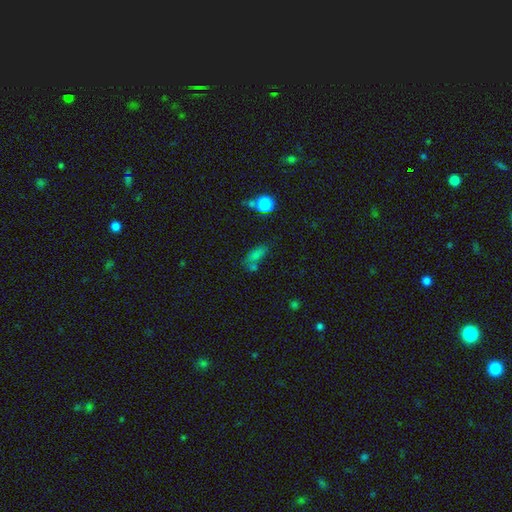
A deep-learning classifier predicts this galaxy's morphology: Smooth or featured?
  - smooth: 69% *
  - star or artifact: 18%
  - featured or disk: 12%
How rounded?
  - in between: 71% *
  - cigar-shaped: 19%
  - round: 10%
Merging?
  - none: 47% *
  - merger: 26%
  - minor disturbance: 17%
  - major disturbance: 10%